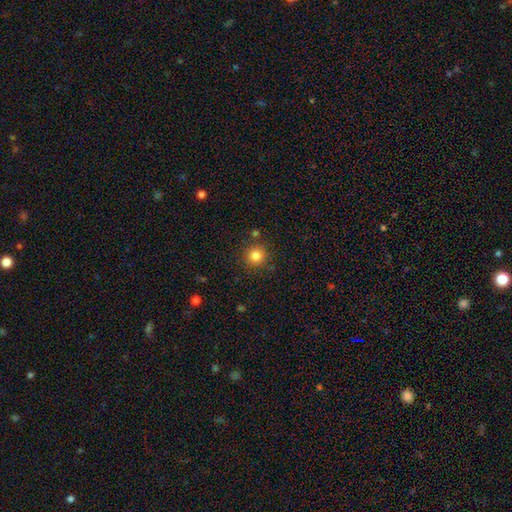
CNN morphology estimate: A smooth galaxy with no disk features (83%) that is round (94%). Merging: none (86%).